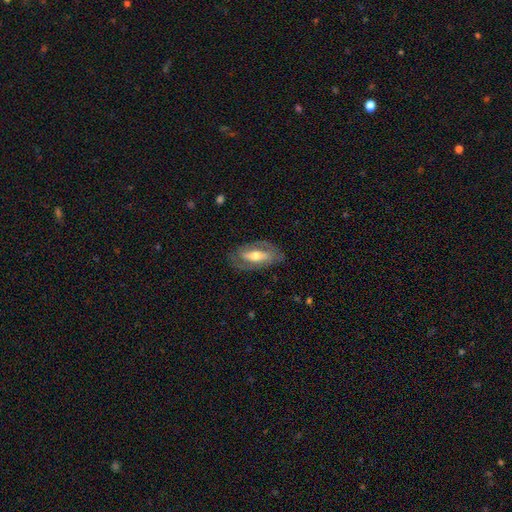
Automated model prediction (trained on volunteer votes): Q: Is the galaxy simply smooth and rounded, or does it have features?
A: featured or disk — 67%.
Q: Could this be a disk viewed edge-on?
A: no — 84%.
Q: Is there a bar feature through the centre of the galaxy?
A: strong — 43%.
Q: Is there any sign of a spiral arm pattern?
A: yes — 61%.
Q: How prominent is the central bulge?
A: moderate — 67%.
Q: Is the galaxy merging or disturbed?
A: none — 77%.